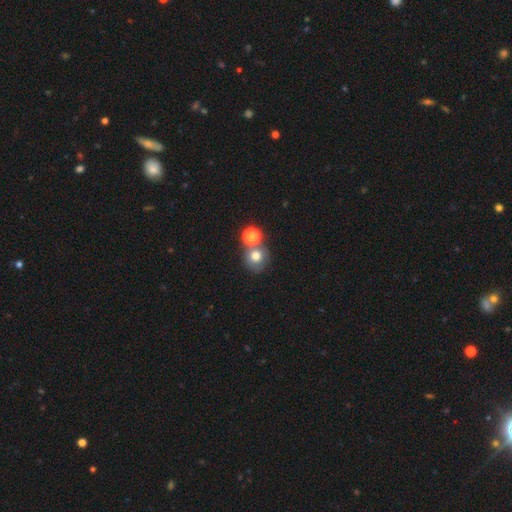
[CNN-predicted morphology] The model was most divided on "merging": none: 53%, merger: 34%, minor disturbance: 10%, major disturbance: 4%. More confident: how rounded — round (83%); smooth or featured — smooth (73%).